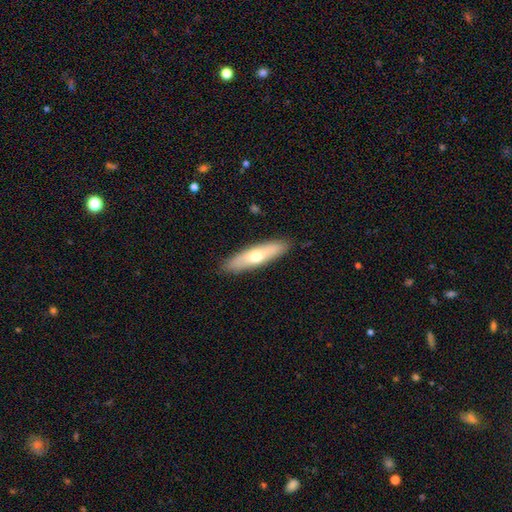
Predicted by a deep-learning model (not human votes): This appears to be a smooth galaxy with no disk features (57%) that is cigar-shaped (69%). Merging: none (89%).